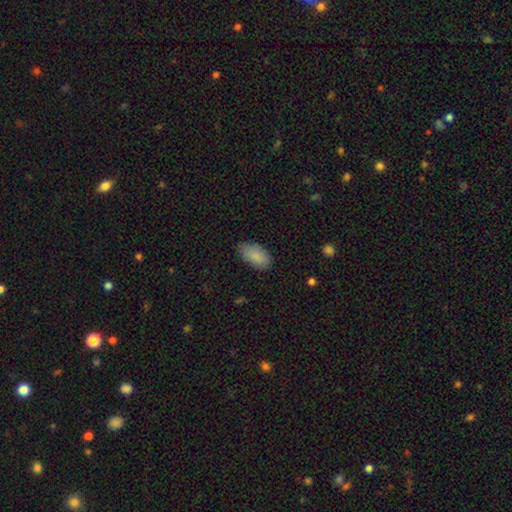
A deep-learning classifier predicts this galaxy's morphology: Overall: smooth (88%). How rounded: in between (94%). Merging: none (78%).